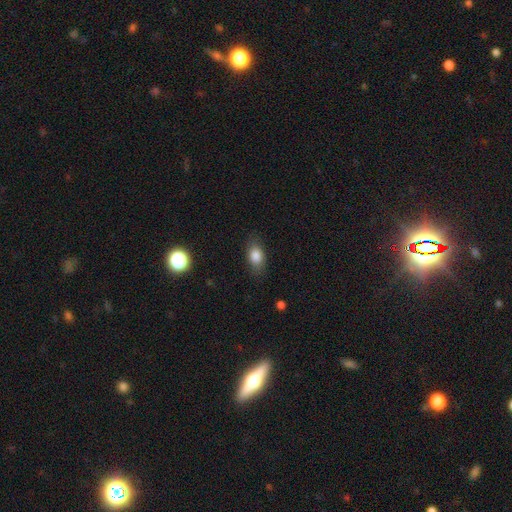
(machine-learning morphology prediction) type=smooth (83%); roundness=in between (83%); merging=none (80%).